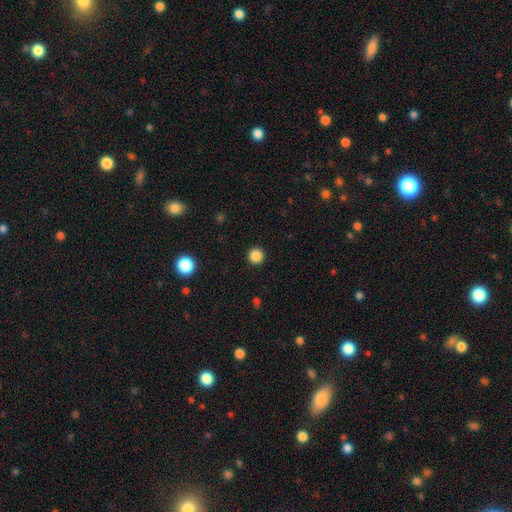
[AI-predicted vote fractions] Smooth or featured?
  - smooth: 86% *
  - star or artifact: 11%
  - featured or disk: 3%
How rounded?
  - round: 96% *
  - in between: 3%
  - cigar-shaped: 1%
Merging?
  - none: 93% *
  - minor disturbance: 4%
  - major disturbance: 2%
  - merger: 1%